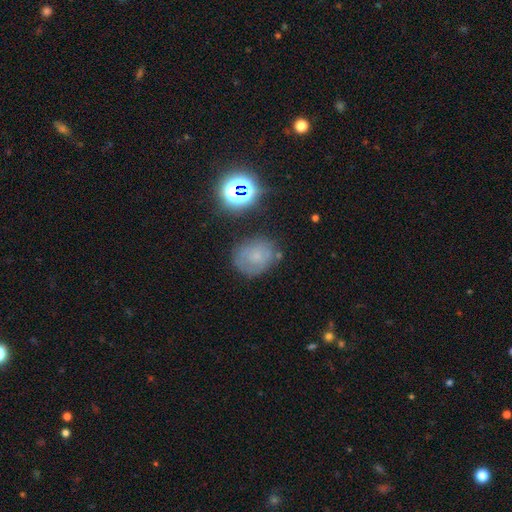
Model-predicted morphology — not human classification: Smooth or featured: smooth — 53% (featured or disk — 28%)
How rounded: round — 64% (in between — 35%)
Merging: none — 65% (minor disturbance — 22%)